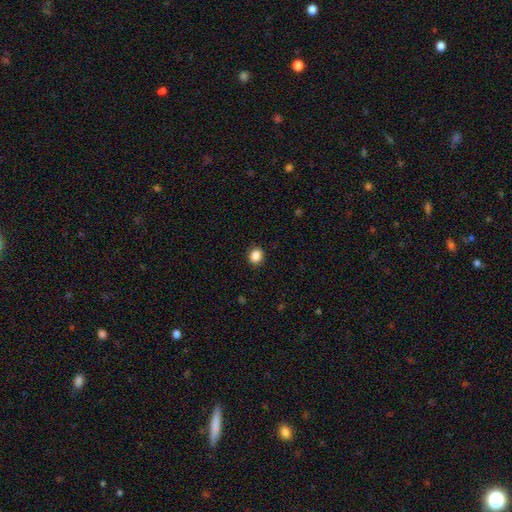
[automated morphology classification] smooth_or_featured: smooth (p=0.87) [alt: star or artifact p=0.10]
how_rounded: round (p=0.63) [alt: in between p=0.36]
merging: none (p=0.90) [alt: minor disturbance p=0.07]